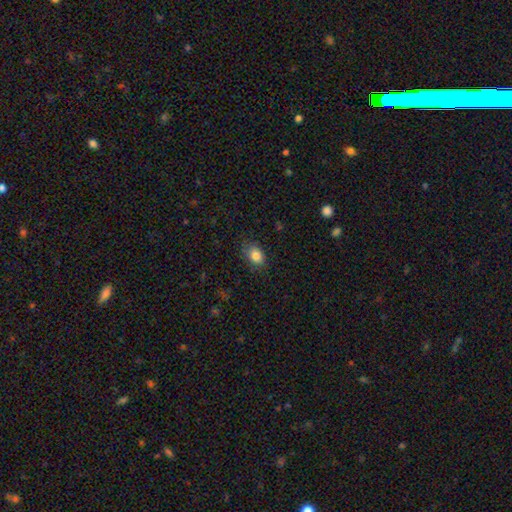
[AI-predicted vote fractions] Smooth or featured?
  - smooth: 85% *
  - star or artifact: 9%
  - featured or disk: 6%
How rounded?
  - in between: 75% *
  - round: 24%
  - cigar-shaped: 1%
Merging?
  - none: 77% *
  - minor disturbance: 17%
  - major disturbance: 4%
  - merger: 1%